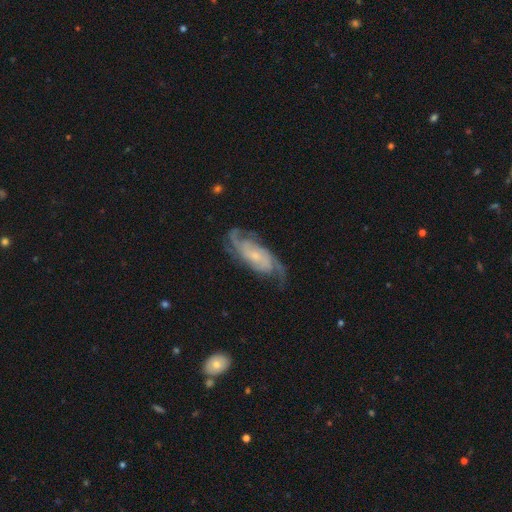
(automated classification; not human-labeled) Smooth or featured? Predicted: featured or disk (p=0.86). Edge-on disk? Predicted: no (p=0.94). Bar? Predicted: no (p=0.66). Spiral arms? Predicted: yes (p=0.97). Spiral winding? Predicted: tight (p=0.43). Spiral arm count? Predicted: 2 (p=0.45). Bulge size? Predicted: small (p=0.72). Merging? Predicted: none (p=0.69).